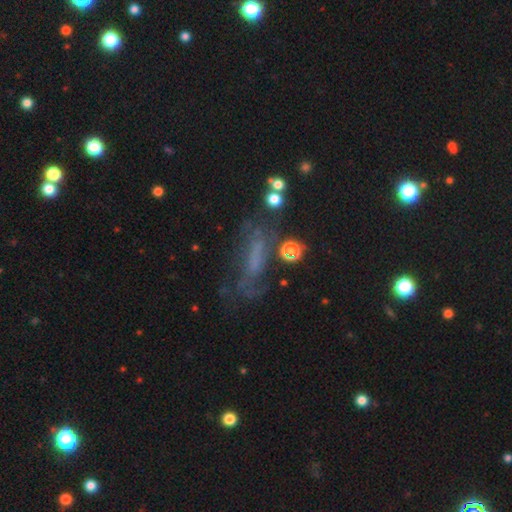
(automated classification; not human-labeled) This is possibly a featured or disk galaxy (45%). Merging: possibly none (51%).